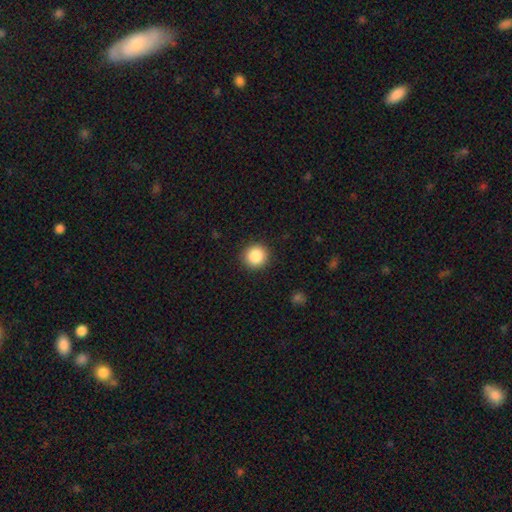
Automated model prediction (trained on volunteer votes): This appears to be a smooth galaxy with no disk features (87%) that is round (94%). Merging: none (91%).